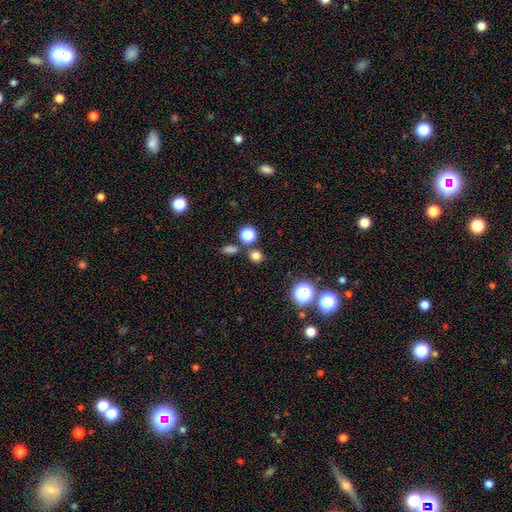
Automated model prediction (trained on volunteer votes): Smooth or featured? Predicted: smooth (p=0.76). How rounded? Predicted: round (p=0.80). Merging? Predicted: none (p=0.77).